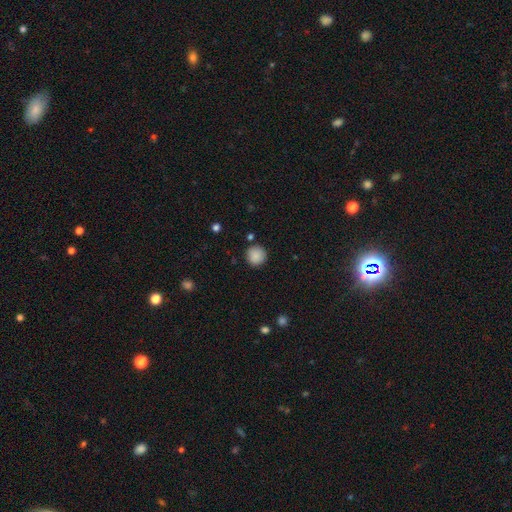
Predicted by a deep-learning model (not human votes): This appears to be a smooth galaxy with no disk features (88%) that is round (94%). Merging: none (86%).